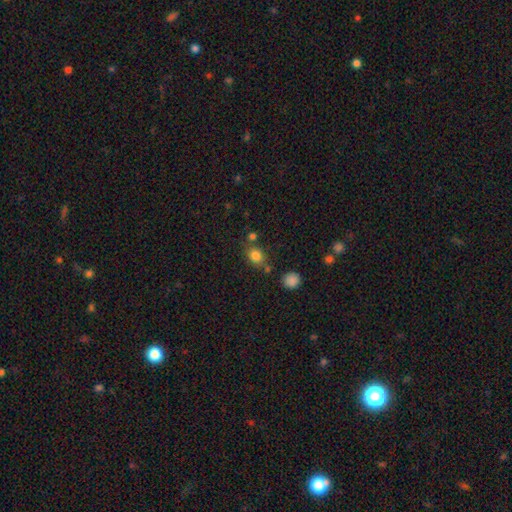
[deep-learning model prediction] Smooth or featured? smooth (80%)
How rounded? round (59%)
Merging? none (68%)